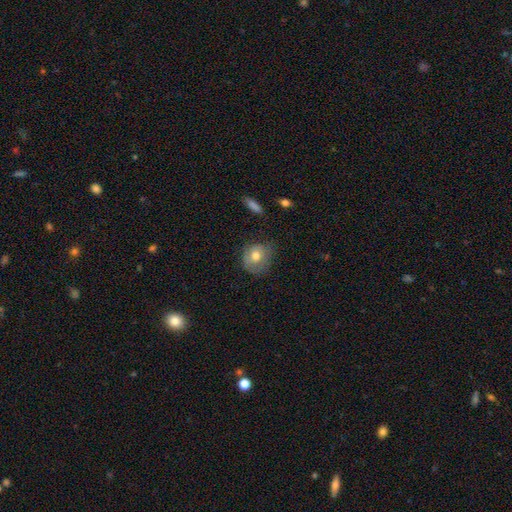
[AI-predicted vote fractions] This is likely a smooth galaxy (70%). How rounded: likely round (71%). Merging: possibly none (57%).